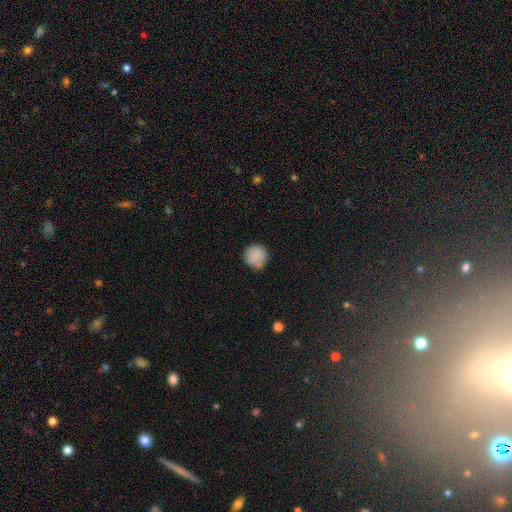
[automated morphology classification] Q: Smooth or featured?
A: smooth (87%); runner-up: star or artifact (8%)
Q: How rounded?
A: round (94%); runner-up: in between (5%)
Q: Merging?
A: none (79%); runner-up: minor disturbance (16%)